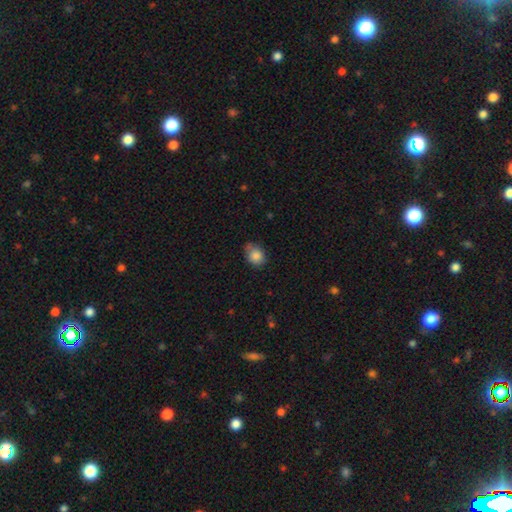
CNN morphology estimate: The model was most divided on "how rounded": in between: 55%, round: 44%, cigar-shaped: 1%. More confident: smooth or featured — smooth (84%); merging — none (59%).